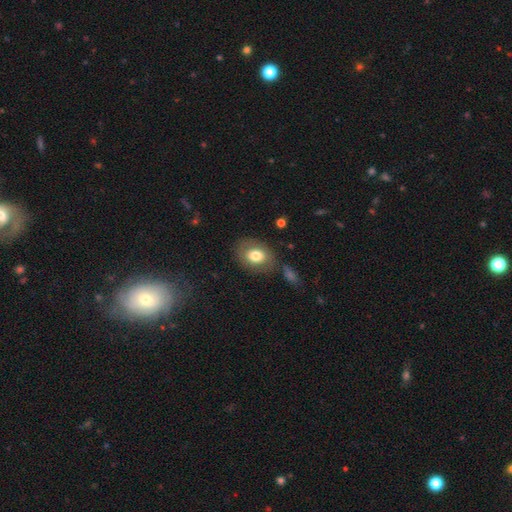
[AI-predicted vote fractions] smooth_or_featured: smooth (p=0.73) [alt: featured or disk p=0.20]
how_rounded: in between (p=0.64) [alt: round p=0.35]
merging: none (p=0.74) [alt: minor disturbance p=0.15]